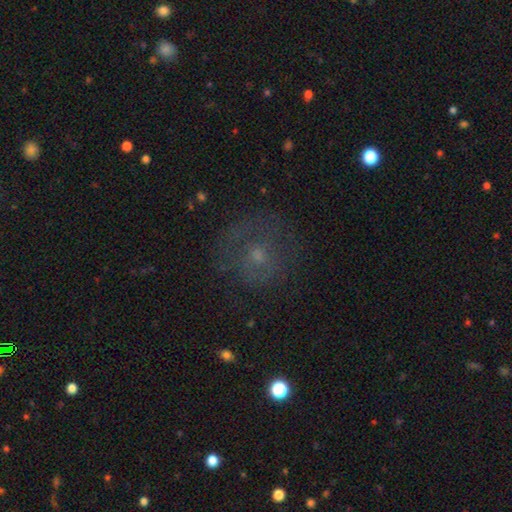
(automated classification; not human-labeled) A featured or disk galaxy (37%). Merging: none (76%).